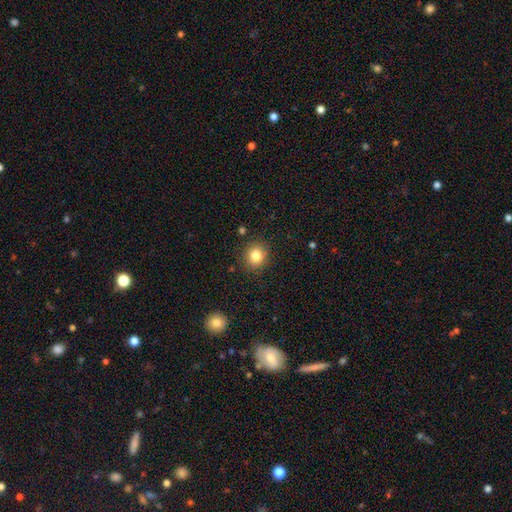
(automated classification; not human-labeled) Smooth or featured? smooth (82%)
How rounded? round (85%)
Merging? none (88%)